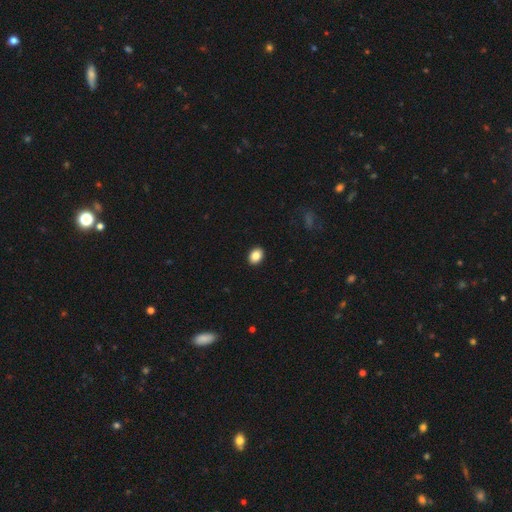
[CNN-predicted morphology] This is clearly a smooth galaxy (85%). How rounded: likely in between (73%). Merging: clearly none (92%).